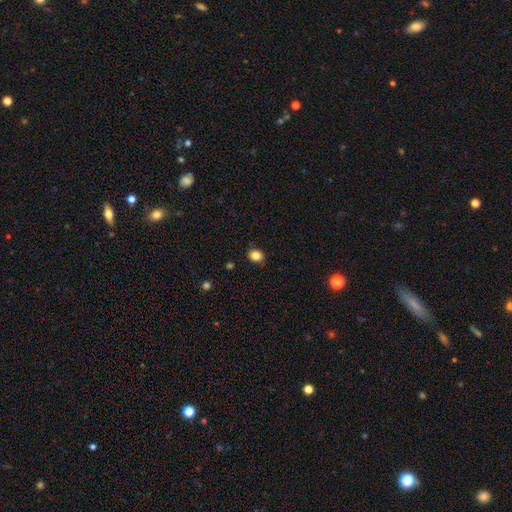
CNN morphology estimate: smooth-or-featured: smooth: 84% | star or artifact: 11% | featured or disk: 5%
  how-rounded: round: 60% | in between: 39% | cigar-shaped: 1%
  merging: none: 86% | minor disturbance: 11% | major disturbance: 2% | merger: 1%